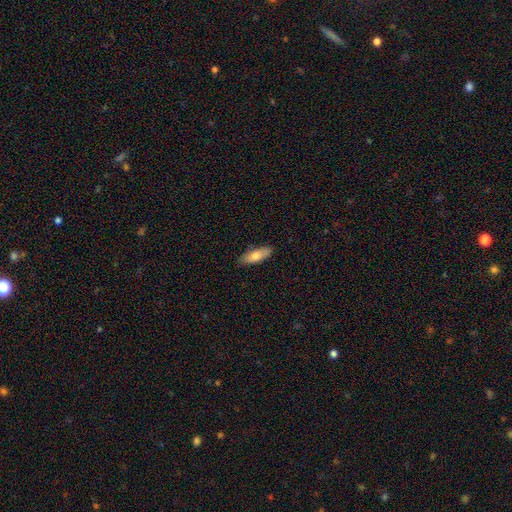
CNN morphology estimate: A smooth galaxy with no disk features (77%) that is in between round and cigar-shaped (64%). Merging: none (87%).